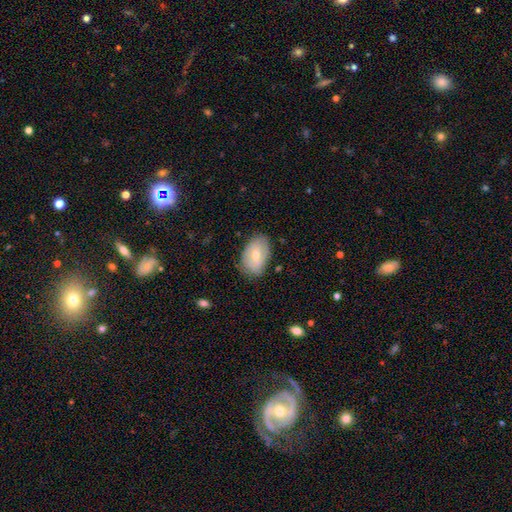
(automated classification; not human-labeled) Overall: smooth (56%; featured or disk 37%). How rounded: in between (88%). Merging: none (76%).